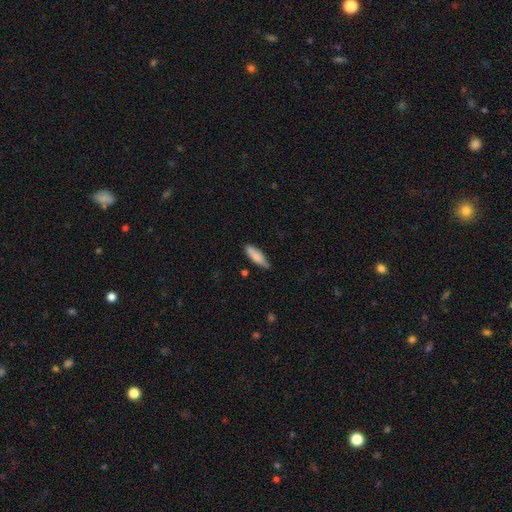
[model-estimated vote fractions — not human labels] smooth_or_featured: smooth (p=0.85) [alt: featured or disk p=0.09]
how_rounded: cigar-shaped (p=0.51) [alt: in between p=0.48]
merging: none (p=0.75) [alt: minor disturbance p=0.20]